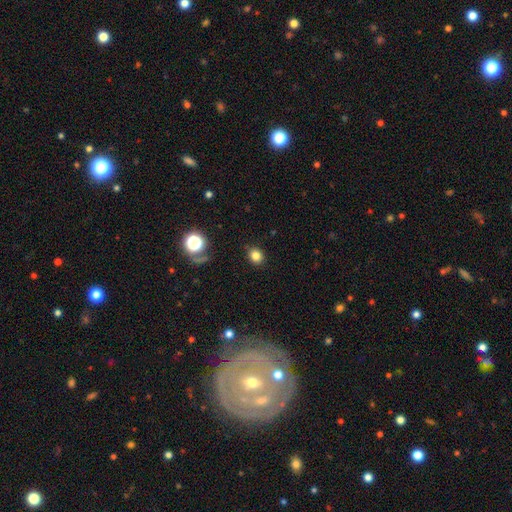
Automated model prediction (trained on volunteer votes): smooth 81%, star or artifact 13%, featured or disk 6%. Down the decision tree: how rounded — round (66%); merging — none (85%).